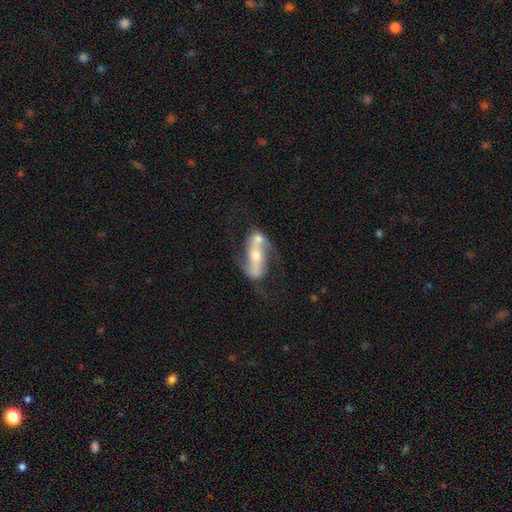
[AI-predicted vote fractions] Smooth or featured? featured or disk (76%)
Edge-on disk? no (90%)
Bar? strong (39%)
Spiral arms? yes (82%)
Spiral winding? loose (58%)
Spiral arm count? 2 (87%)
Bulge size? moderate (58%)
Merging? none (37%)